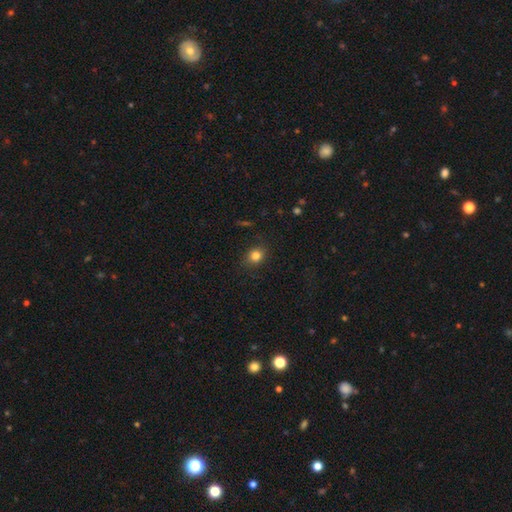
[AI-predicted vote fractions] Smooth or featured? smooth (82%)
How rounded? round (66%)
Merging? none (85%)